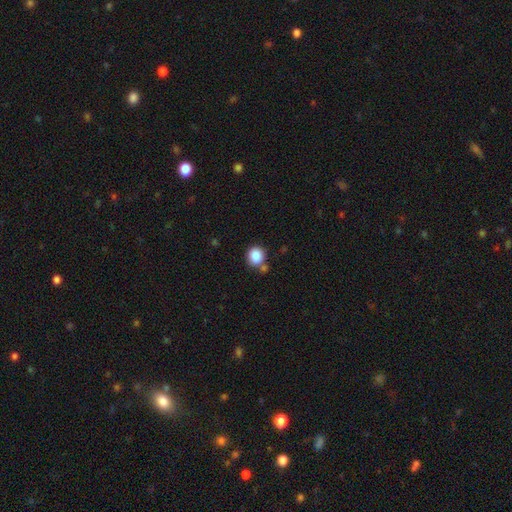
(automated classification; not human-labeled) smooth-or-featured: smooth: 86% | star or artifact: 9% | featured or disk: 4%
  how-rounded: round: 84% | in between: 15% | cigar-shaped: 1%
  merging: none: 71% | merger: 14% | minor disturbance: 12% | major disturbance: 4%